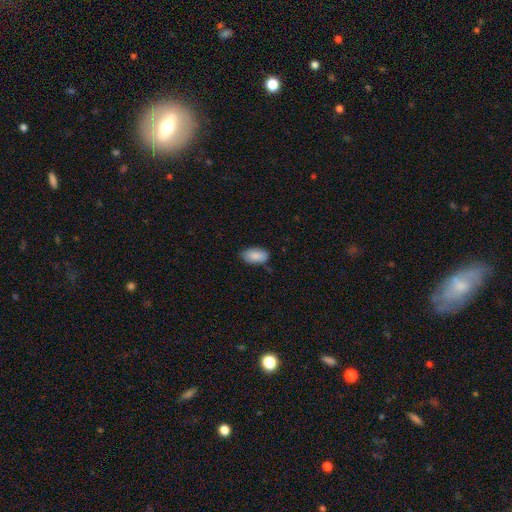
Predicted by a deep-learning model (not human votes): smooth 88%, star or artifact 6%, featured or disk 5%. Down the decision tree: how rounded — in between (94%); merging — none (77%).